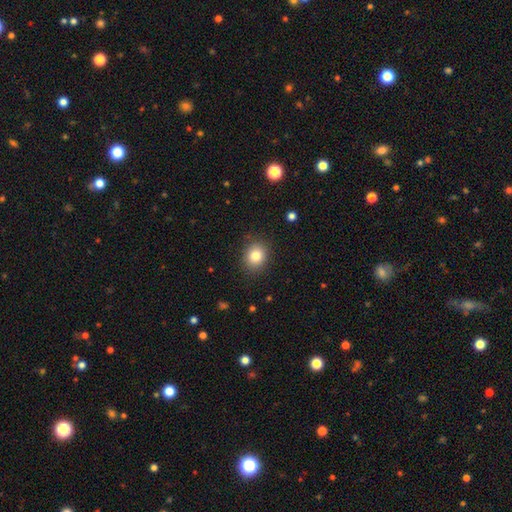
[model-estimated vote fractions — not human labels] Q: Smooth or featured?
A: smooth (82%); runner-up: star or artifact (10%)
Q: How rounded?
A: round (62%); runner-up: in between (37%)
Q: Merging?
A: none (87%); runner-up: minor disturbance (9%)